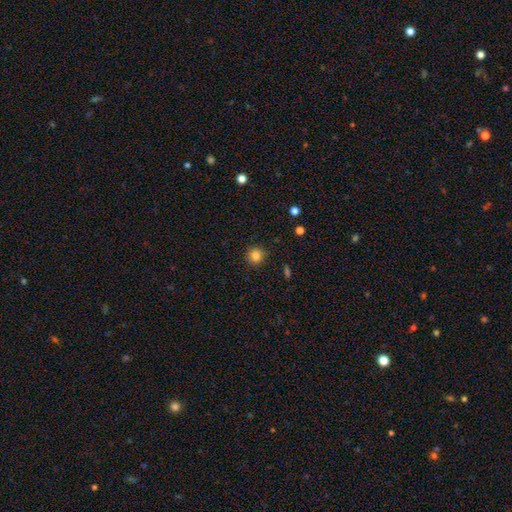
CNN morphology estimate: smooth 83%, star or artifact 12%, featured or disk 5%. Down the decision tree: how rounded — round (91%); merging — none (90%).